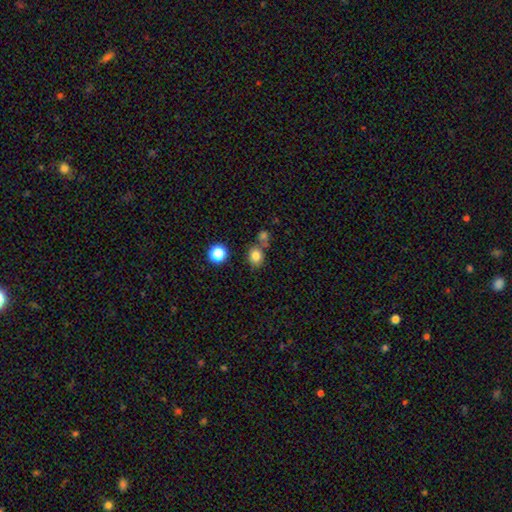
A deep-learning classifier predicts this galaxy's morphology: Smooth or featured? Predicted: smooth (p=0.80). How rounded? Predicted: round (p=0.67). Merging? Predicted: none (p=0.65).